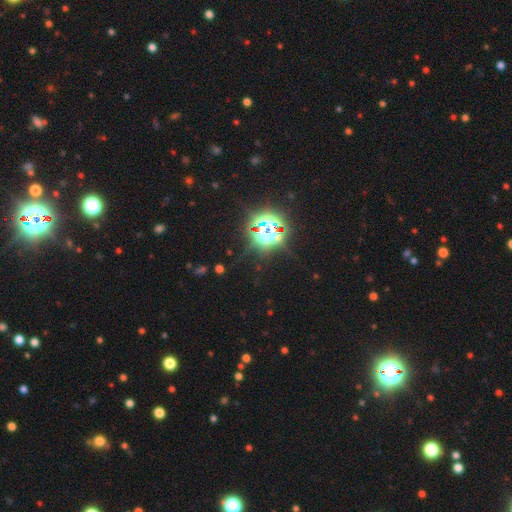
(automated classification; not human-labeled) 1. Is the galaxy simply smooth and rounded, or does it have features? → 82% star or artifact, 12% smooth, 7% featured or disk.